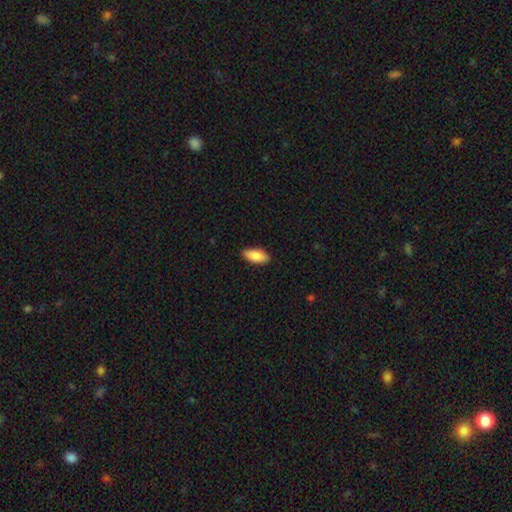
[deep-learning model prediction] A smooth galaxy with no disk features (87%) that is in between round and cigar-shaped (87%).

Vote fractions:
- Smooth or featured? smooth: 87% / featured or disk: 8% / star or artifact: 6%
- How rounded? in between: 87% / cigar-shaped: 10% / round: 2%
- Merging? none: 89% / minor disturbance: 8% / major disturbance: 2% / merger: 1%